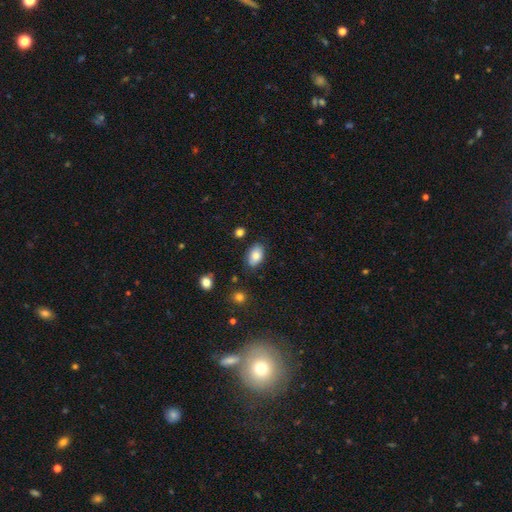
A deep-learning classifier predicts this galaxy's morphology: Q: Smooth or featured?
A: smooth (83%); runner-up: featured or disk (9%)
Q: How rounded?
A: in between (90%); runner-up: round (9%)
Q: Merging?
A: none (82%); runner-up: minor disturbance (13%)